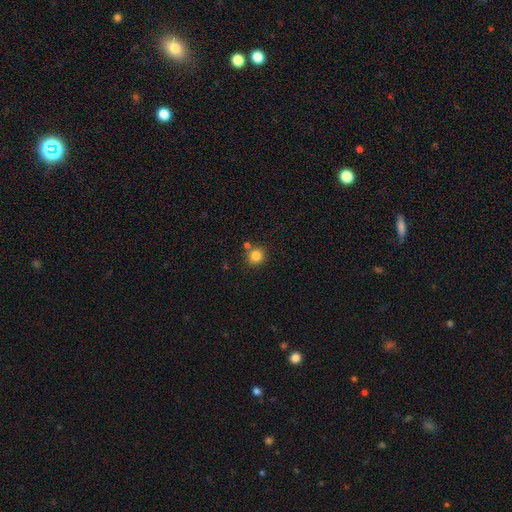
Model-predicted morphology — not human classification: This appears to be a smooth galaxy with no disk features (83%) that is round (91%). Merging: none (77%).